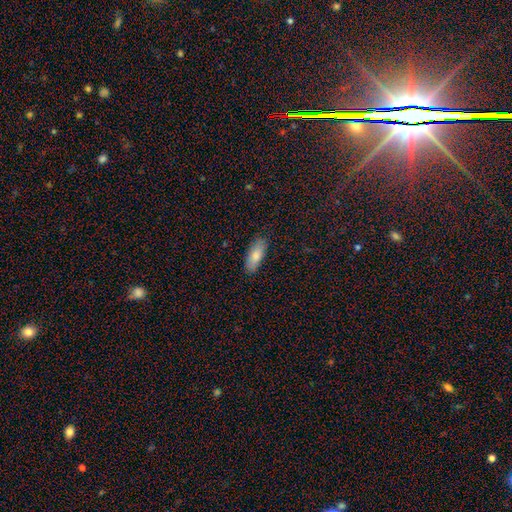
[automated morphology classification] This appears to be a smooth galaxy with no disk features (80%) that is in between round and cigar-shaped (81%). Merging: none (85%).